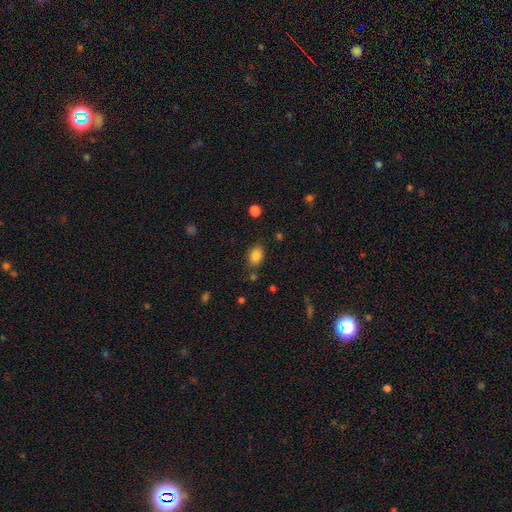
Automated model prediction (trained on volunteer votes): Smooth or featured? Predicted: smooth (p=0.85). How rounded? Predicted: in between (p=0.80). Merging? Predicted: none (p=0.79).